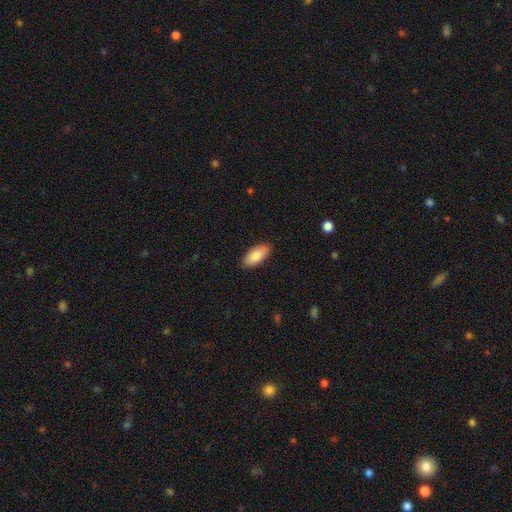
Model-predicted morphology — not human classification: Smooth or featured?
  - smooth: 83% *
  - featured or disk: 11%
  - star or artifact: 6%
How rounded?
  - in between: 89% *
  - cigar-shaped: 9%
  - round: 2%
Merging?
  - none: 88% *
  - minor disturbance: 9%
  - major disturbance: 2%
  - merger: 1%